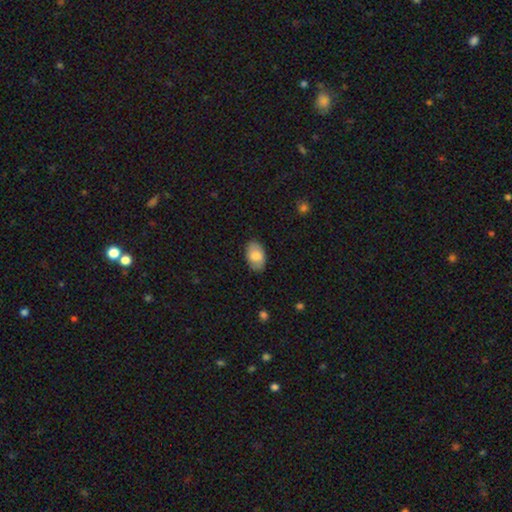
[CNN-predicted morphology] Smooth or featured?
  - smooth: 78% *
  - featured or disk: 16%
  - star or artifact: 7%
How rounded?
  - in between: 91% *
  - round: 7%
  - cigar-shaped: 1%
Merging?
  - none: 84% *
  - minor disturbance: 12%
  - major disturbance: 3%
  - merger: 1%